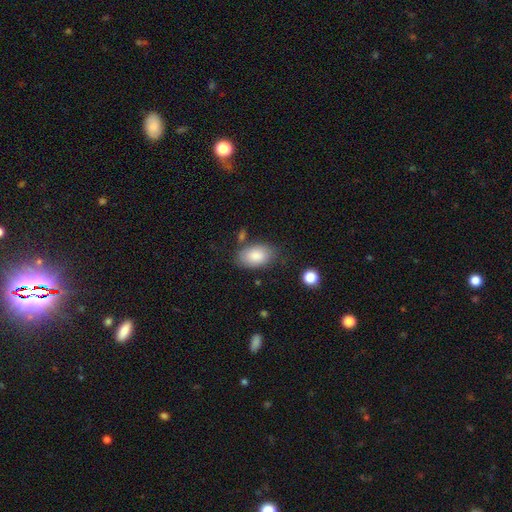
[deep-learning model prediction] This is clearly a smooth galaxy (85%). How rounded: clearly in between (93%). Merging: likely none (72%).